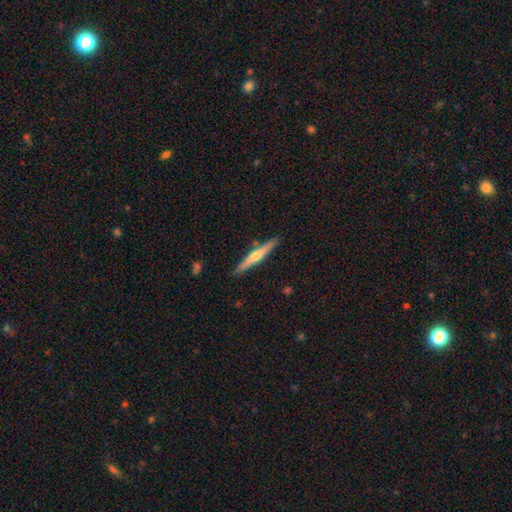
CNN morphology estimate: The model was most divided on "smooth or featured": featured or disk: 56%, smooth: 38%, star or artifact: 6%. More confident: edge-on disk — yes (97%); merging — none (87%); edge-on bulge — rounded (83%).